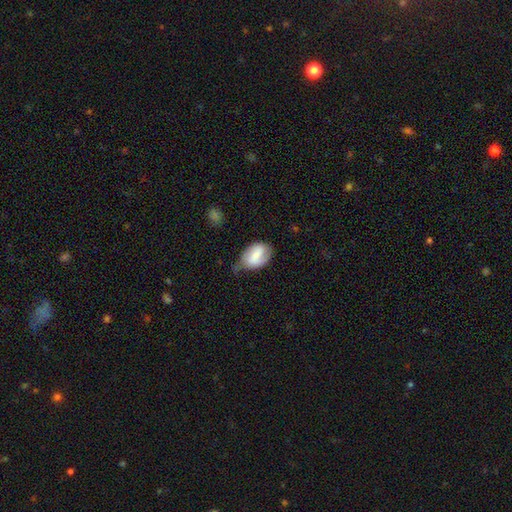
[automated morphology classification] A smooth galaxy with no disk features (55%) that is in between round and cigar-shaped (83%).

Vote fractions:
- Smooth or featured? smooth: 55% / featured or disk: 38% / star or artifact: 7%
- How rounded? in between: 83% / round: 16% / cigar-shaped: 2%
- Merging? none: 42% / minor disturbance: 41% / major disturbance: 13% / merger: 4%